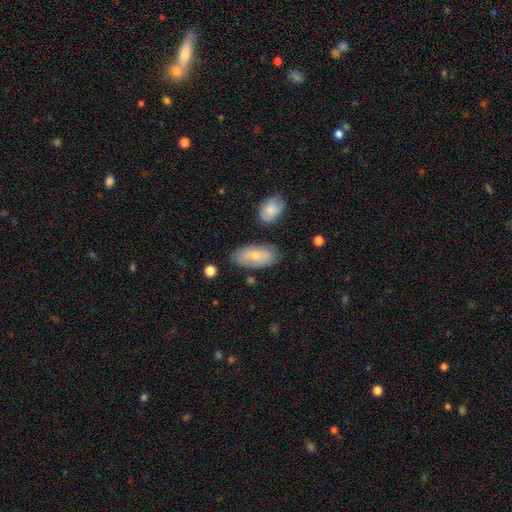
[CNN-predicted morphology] smooth-or-featured: smooth: 72% | featured or disk: 21% | star or artifact: 7%
  how-rounded: in between: 92% | cigar-shaped: 5% | round: 3%
  merging: none: 76% | minor disturbance: 16% | merger: 4% | major disturbance: 4%